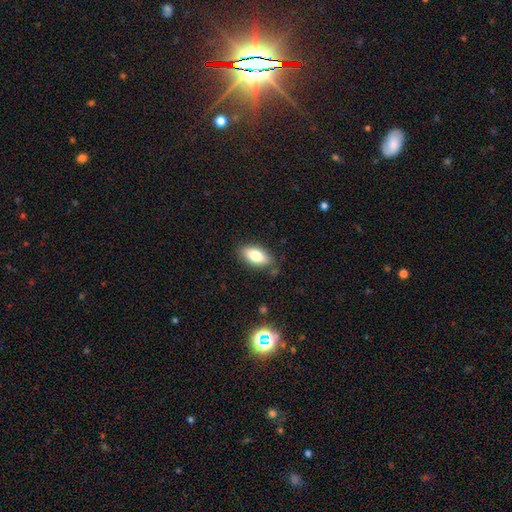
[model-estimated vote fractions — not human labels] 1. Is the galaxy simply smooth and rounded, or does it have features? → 77% smooth, 16% featured or disk, 8% star or artifact.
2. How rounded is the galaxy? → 87% in between, 10% cigar-shaped, 3% round.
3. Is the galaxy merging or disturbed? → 82% none, 13% minor disturbance, 3% major disturbance, 2% merger.